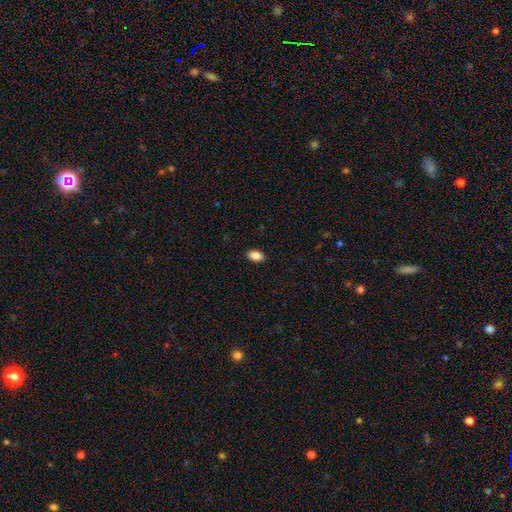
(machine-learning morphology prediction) Smooth or featured? Predicted: smooth (p=0.88). How rounded? Predicted: in between (p=0.89). Merging? Predicted: none (p=0.89).